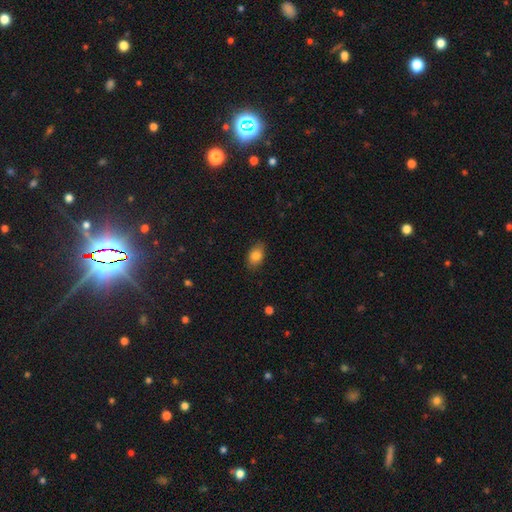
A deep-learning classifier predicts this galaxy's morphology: This is clearly a smooth galaxy (84%). How rounded: clearly in between (86%). Merging: clearly none (84%).